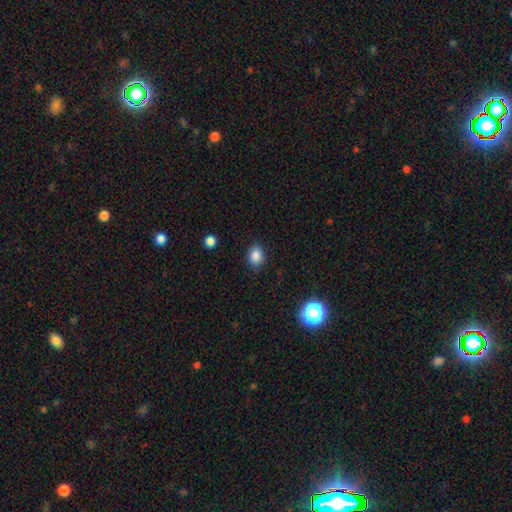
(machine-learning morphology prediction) Smooth or featured?
  - smooth: 85% *
  - star or artifact: 11%
  - featured or disk: 4%
How rounded?
  - in between: 52% *
  - round: 47%
  - cigar-shaped: 1%
Merging?
  - none: 85% *
  - minor disturbance: 11%
  - major disturbance: 3%
  - merger: 1%